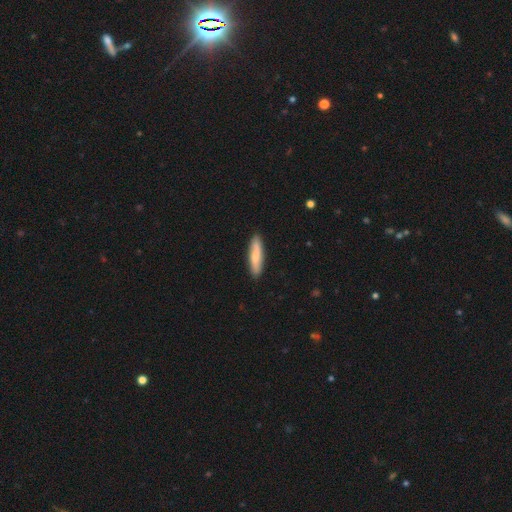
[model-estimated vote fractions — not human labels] The model was most divided on "smooth or featured": smooth: 72%, featured or disk: 23%, star or artifact: 5%. More confident: merging — none (88%); how rounded — cigar-shaped (78%).